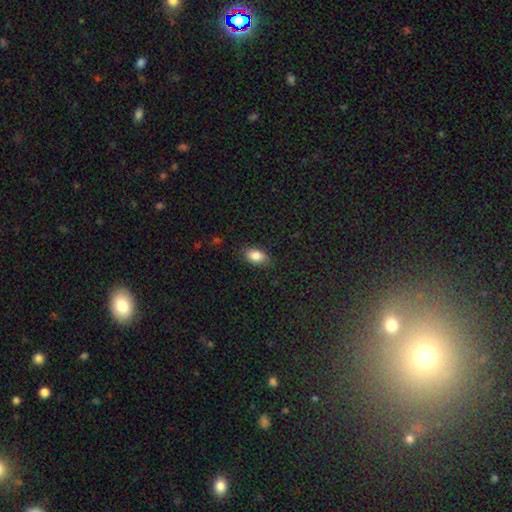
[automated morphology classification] Overall: smooth (85%). How rounded: in between (88%). Merging: none (83%).